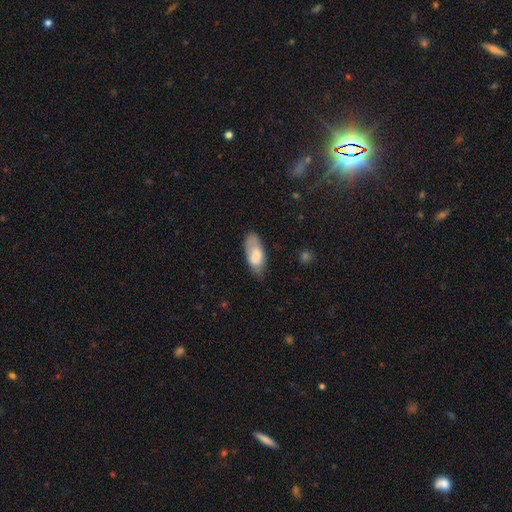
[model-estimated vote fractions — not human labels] smooth_or_featured: smooth (p=0.71) [alt: featured or disk p=0.22]
how_rounded: in between (p=0.86) [alt: cigar-shaped p=0.11]
merging: none (p=0.64) [alt: minor disturbance p=0.26]